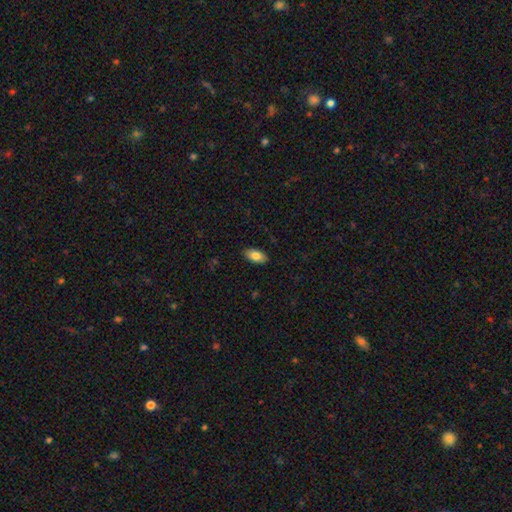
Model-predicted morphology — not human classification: Q: Smooth or featured?
A: smooth (82%); runner-up: featured or disk (11%)
Q: How rounded?
A: in between (93%); runner-up: cigar-shaped (4%)
Q: Merging?
A: none (89%); runner-up: minor disturbance (9%)